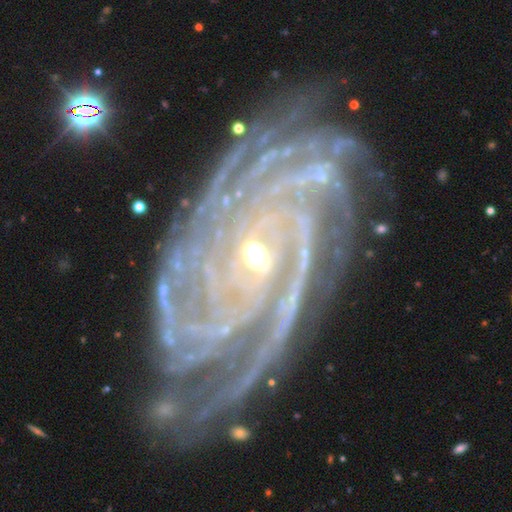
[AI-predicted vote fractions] smooth_or_featured: featured or disk (p=0.92) [alt: star or artifact p=0.05]
disk_edge_on: no (p=0.97) [alt: yes p=0.03]
bar: no (p=0.49) [alt: weak p=0.32]
has_spiral_arms: yes (p=0.98) [alt: no p=0.02]
spiral_winding: tight (p=0.71) [alt: medium p=0.24]
spiral_arm_count: 4 (p=0.21) [alt: 3 p=0.18]
bulge_size: small (p=0.63) [alt: moderate p=0.33]
merging: none (p=0.66) [alt: minor disturbance p=0.20]